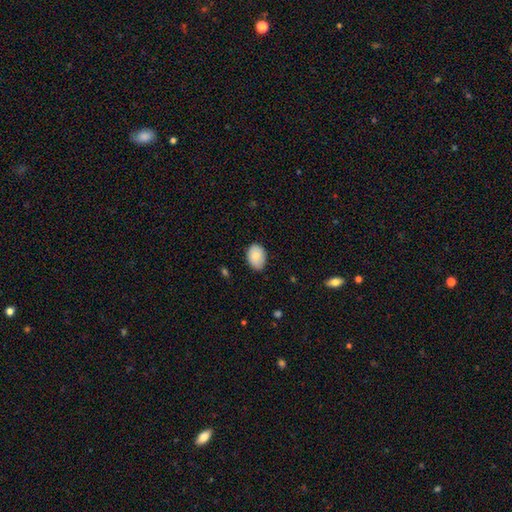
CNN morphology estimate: Smooth or featured?
  - smooth: 80% *
  - featured or disk: 13%
  - star or artifact: 7%
How rounded?
  - in between: 77% *
  - round: 22%
  - cigar-shaped: 1%
Merging?
  - none: 82% *
  - minor disturbance: 15%
  - major disturbance: 2%
  - merger: 1%